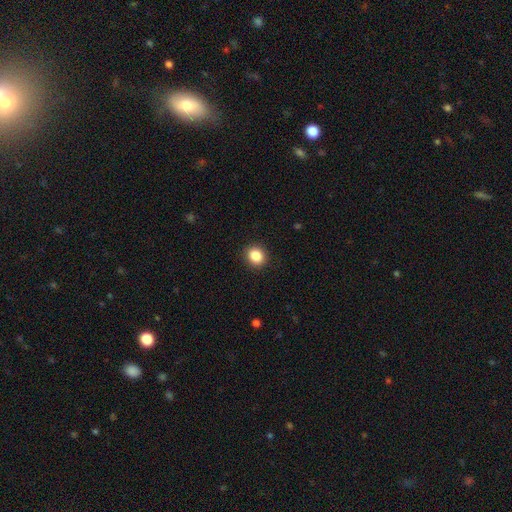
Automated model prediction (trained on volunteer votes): This is clearly a smooth galaxy (86%). How rounded: likely round (80%). Merging: clearly none (92%).